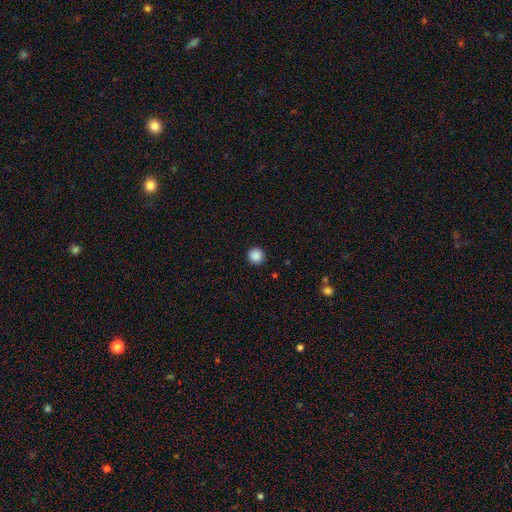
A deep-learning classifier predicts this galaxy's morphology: Smooth or featured? Predicted: smooth (p=0.88). How rounded? Predicted: round (p=0.96). Merging? Predicted: none (p=0.93).